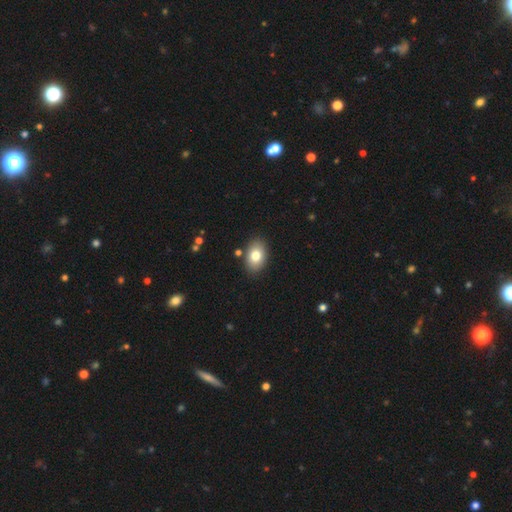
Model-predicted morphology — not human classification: A smooth galaxy with no disk features (79%) that is in between round and cigar-shaped (85%).

Vote fractions:
- Smooth or featured? smooth: 79% / featured or disk: 13% / star or artifact: 8%
- How rounded? in between: 85% / round: 14% / cigar-shaped: 1%
- Merging? none: 86% / minor disturbance: 9% / merger: 3% / major disturbance: 2%